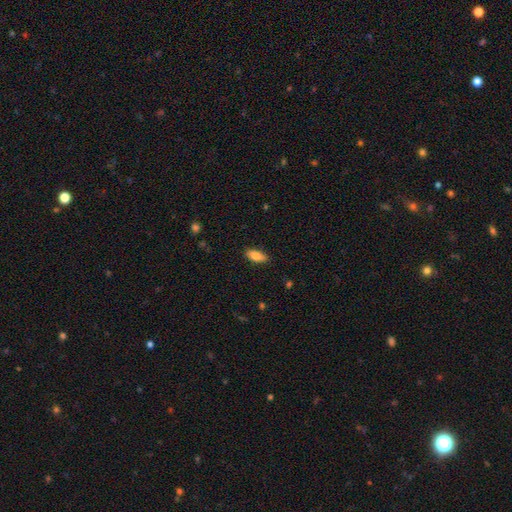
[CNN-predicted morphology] Q: Smooth or featured?
A: smooth (84%); runner-up: featured or disk (9%)
Q: How rounded?
A: in between (84%); runner-up: cigar-shaped (14%)
Q: Merging?
A: none (87%); runner-up: minor disturbance (10%)